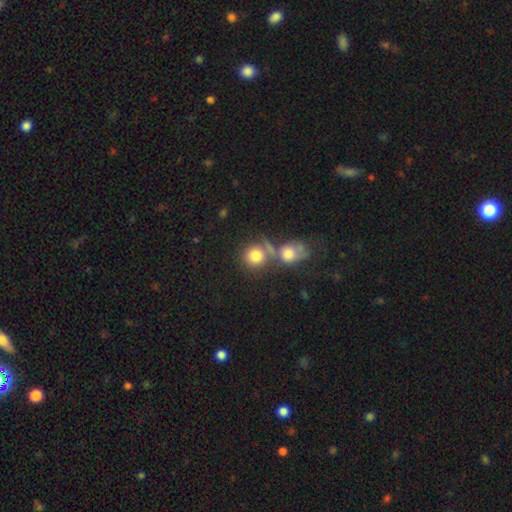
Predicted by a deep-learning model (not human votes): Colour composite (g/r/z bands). It shows a smooth galaxy with no disk features (79%) that is round (85%). Merging: none (44%).